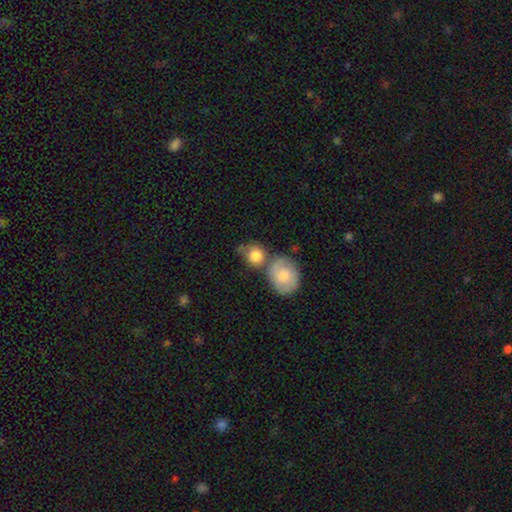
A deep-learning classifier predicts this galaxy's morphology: The model was most divided on "merging": none: 47%, merger: 34%, minor disturbance: 14%, major disturbance: 5%. More confident: smooth or featured — smooth (82%); how rounded — round (74%).